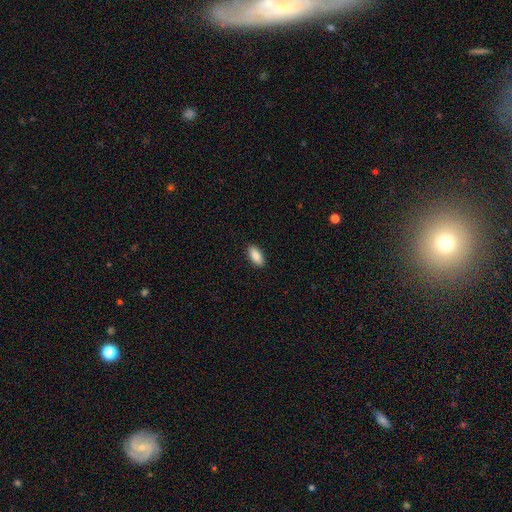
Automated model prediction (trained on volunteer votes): Smooth or featured? Predicted: smooth (p=0.88). How rounded? Predicted: in between (p=0.87). Merging? Predicted: none (p=0.90).